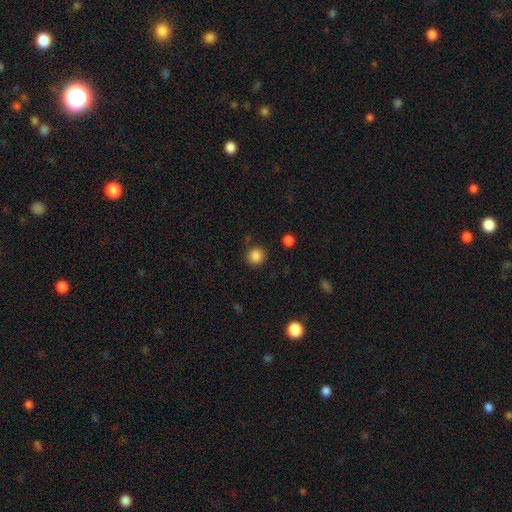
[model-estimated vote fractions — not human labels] Morphology: type=smooth (86%); roundness=round (91%); merging=none (87%).